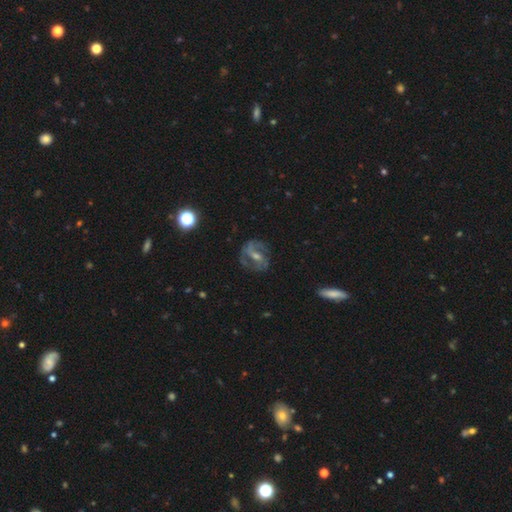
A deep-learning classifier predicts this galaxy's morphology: Smooth or featured: featured or disk — 77% (smooth — 13%)
Edge-on disk: no — 94% (yes — 6%)
Bar: weak — 39% (tied with strong — 39%)
Spiral arms: yes — 85% (no — 15%)
Spiral winding: medium — 46% (tight — 31%)
Spiral arm count: 2 — 69% (can't tell — 16%)
Bulge size: moderate — 50% (small — 42%)
Merging: none — 72% (minor disturbance — 16%)